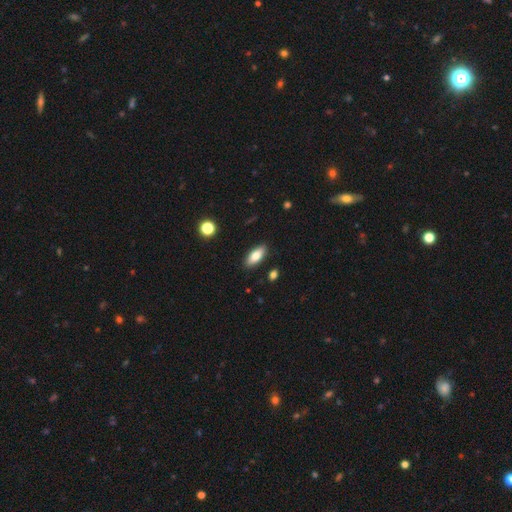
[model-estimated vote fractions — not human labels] Morphology: type=smooth (78%); roundness=in between (78%); merging=none (88%).